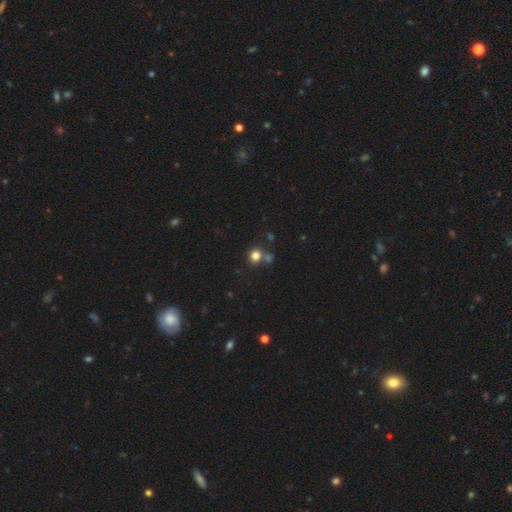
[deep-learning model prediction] This is clearly a smooth galaxy (80%). How rounded: clearly round (89%). Merging: likely none (67%).